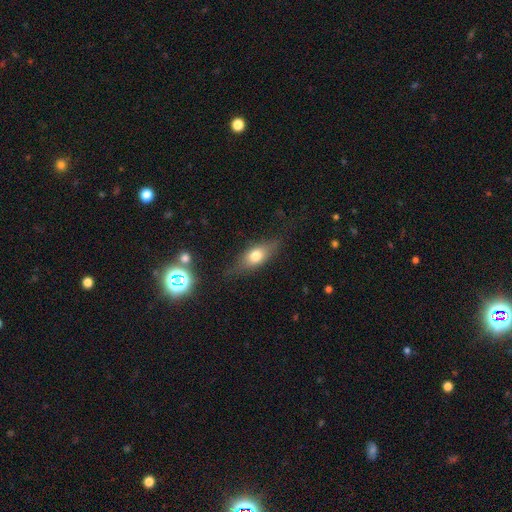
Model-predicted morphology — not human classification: Q: Smooth or featured?
A: smooth (62%); runner-up: featured or disk (28%)
Q: How rounded?
A: in between (69%); runner-up: cigar-shaped (22%)
Q: Merging?
A: none (71%); runner-up: minor disturbance (20%)